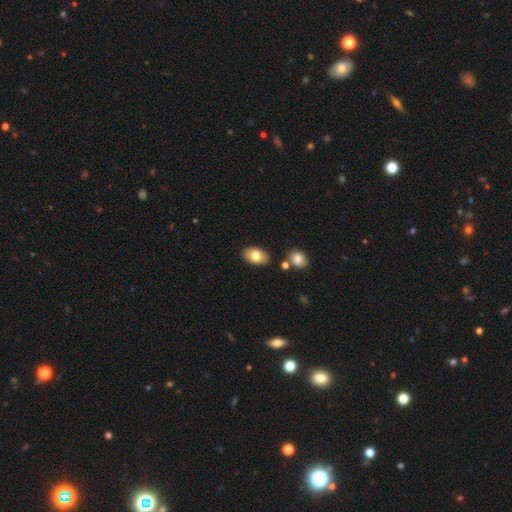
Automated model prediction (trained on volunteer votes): Smooth or featured? smooth (77%)
How rounded? in between (91%)
Merging? none (83%)